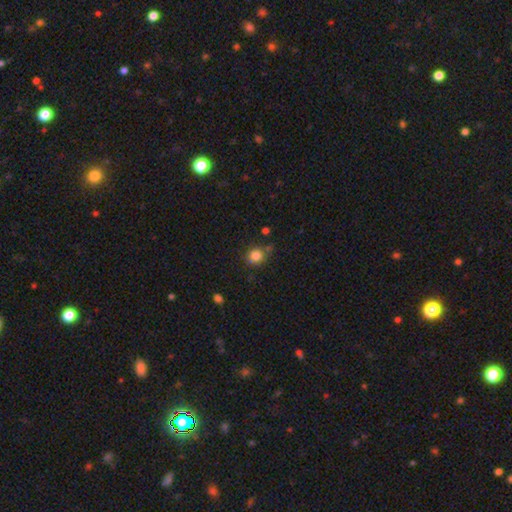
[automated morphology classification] Overall: smooth (83%). How rounded: round (89%). Merging: none (74%).